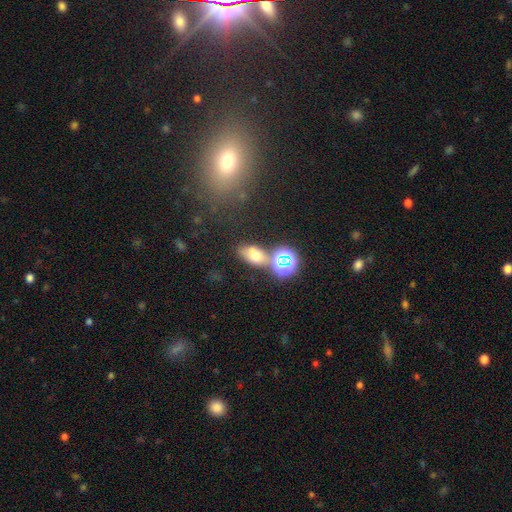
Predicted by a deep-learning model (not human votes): This appears to be a smooth galaxy with no disk features (61%) that is in between round and cigar-shaped (78%). Merging: none (57%).